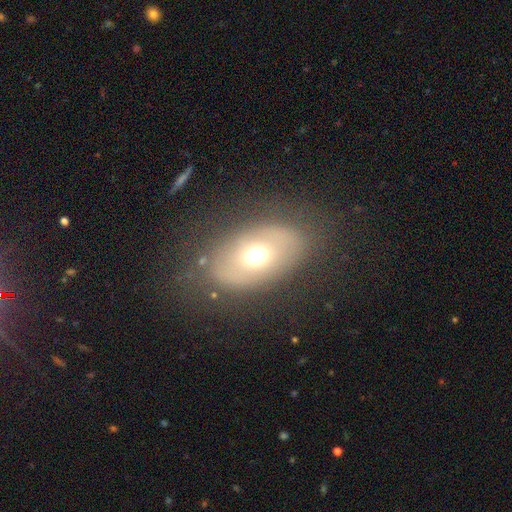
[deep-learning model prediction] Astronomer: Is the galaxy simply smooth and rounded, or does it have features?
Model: smooth — 54% (runner-up: featured or disk, 35%).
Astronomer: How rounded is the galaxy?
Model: in between — 83%.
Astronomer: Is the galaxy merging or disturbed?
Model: none — 75%.